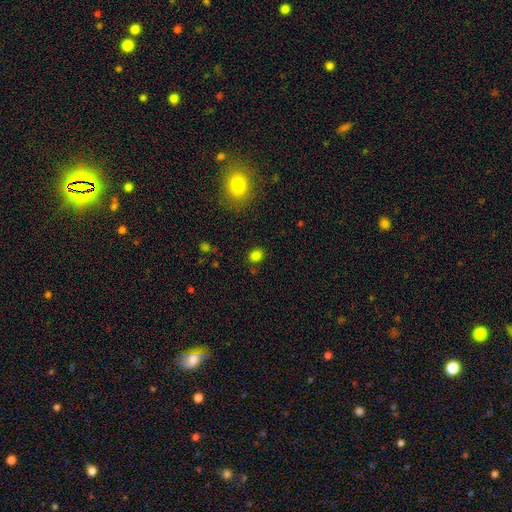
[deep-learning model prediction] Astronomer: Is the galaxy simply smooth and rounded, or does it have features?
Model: smooth — 81%.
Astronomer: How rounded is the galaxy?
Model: round — 62%.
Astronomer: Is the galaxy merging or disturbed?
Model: none — 84%.